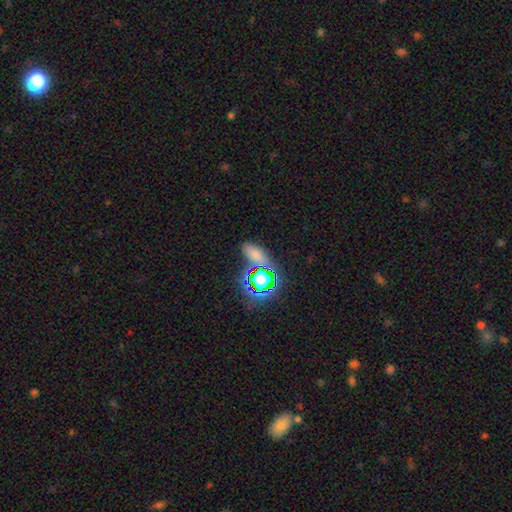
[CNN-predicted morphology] Q: Smooth or featured?
A: star or artifact (49%); runner-up: smooth (39%)